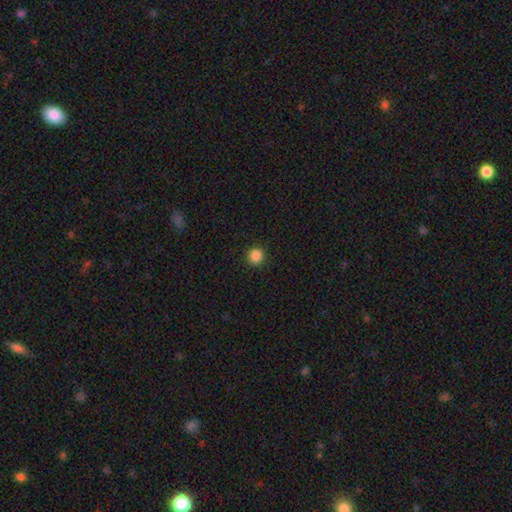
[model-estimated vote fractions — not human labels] The model was most divided on "smooth or featured": smooth: 86%, star or artifact: 11%, featured or disk: 3%. More confident: how rounded — round (94%); merging — none (92%).